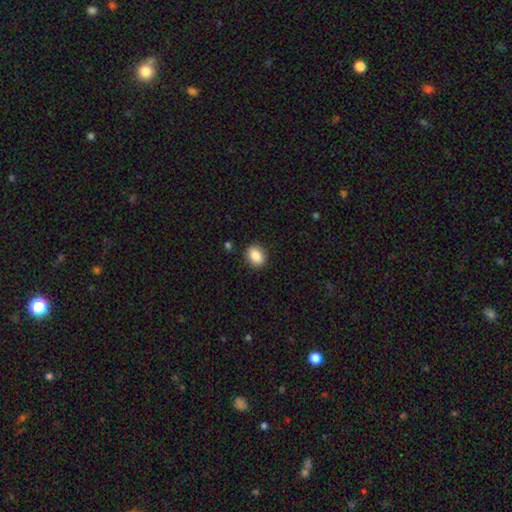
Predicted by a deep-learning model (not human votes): Smooth or featured? smooth (85%)
How rounded? in between (54%)
Merging? none (88%)